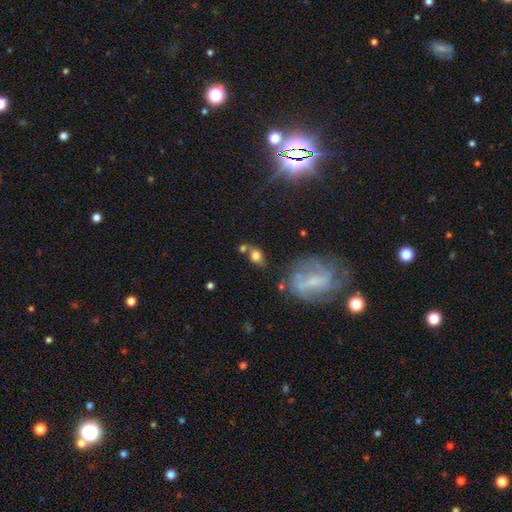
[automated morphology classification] Smooth or featured? Predicted: smooth (p=0.73). How rounded? Predicted: in between (p=0.63). Merging? Predicted: none (p=0.58).